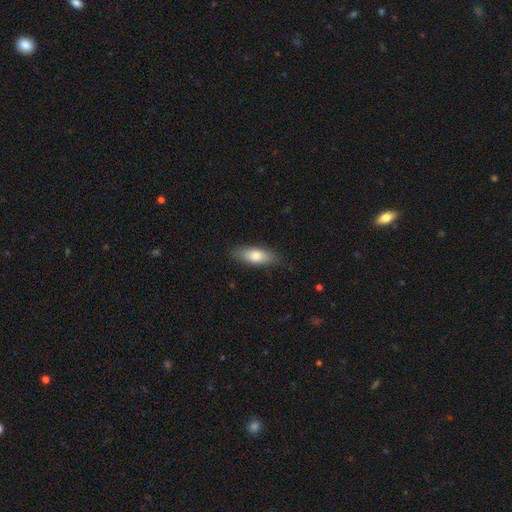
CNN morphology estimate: Smooth or featured? Predicted: smooth (p=0.77). How rounded? Predicted: in between (p=0.67). Merging? Predicted: none (p=0.85).